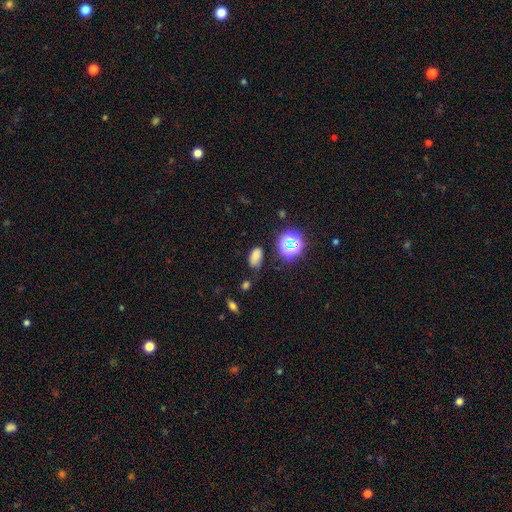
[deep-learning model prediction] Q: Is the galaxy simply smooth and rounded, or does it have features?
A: smooth — 69%.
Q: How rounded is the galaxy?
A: in between — 89%.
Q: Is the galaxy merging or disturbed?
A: none — 66%.